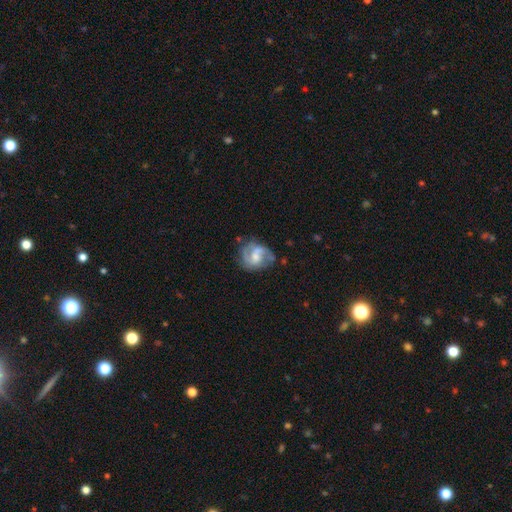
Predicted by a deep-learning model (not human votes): This is likely a featured or disk galaxy (74%). It is clearly not viewed edge-on (98%). Bar: possibly no (47%). Spiral arm pattern: clearly yes (89%). Spiral arm count: likely 2 (73%). Spiral winding: possibly medium (50%). Central bulge: possibly moderate (47%). Merging: possibly none (59%).